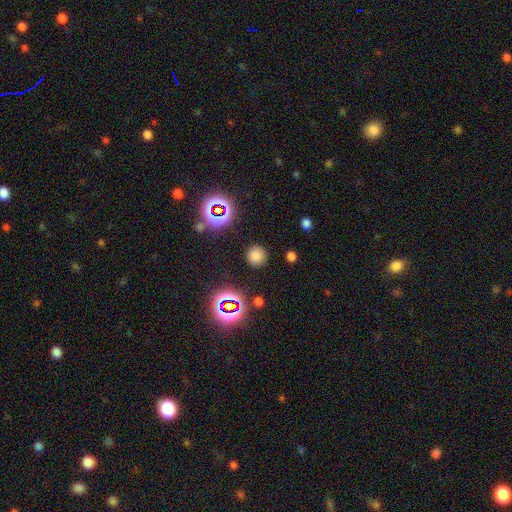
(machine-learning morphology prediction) A smooth galaxy with no disk features (72%) that is round (92%). Merging: none (87%).